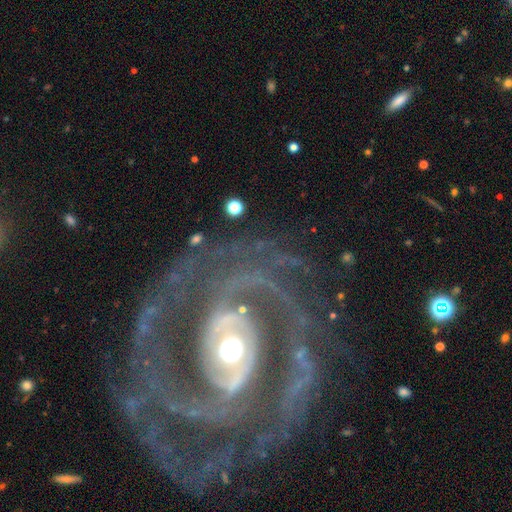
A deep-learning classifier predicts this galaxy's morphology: Overall: featured or disk (92%). Edge-on disk: no (97%). Bar: no (40%; strong 30%). Spiral arms: yes (97%). Spiral arm count: 2 (51%; 3 16%). Spiral winding: tight (61%; medium 33%). Bulge size: moderate (62%; small 22%). Merging: none (75%).